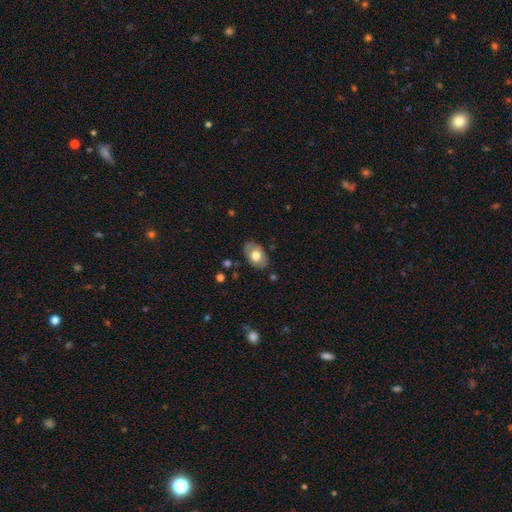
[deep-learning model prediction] smooth-or-featured: smooth: 66% | featured or disk: 27% | star or artifact: 7%
  how-rounded: in between: 86% | round: 13% | cigar-shaped: 1%
  merging: none: 81% | minor disturbance: 15% | major disturbance: 3% | merger: 1%